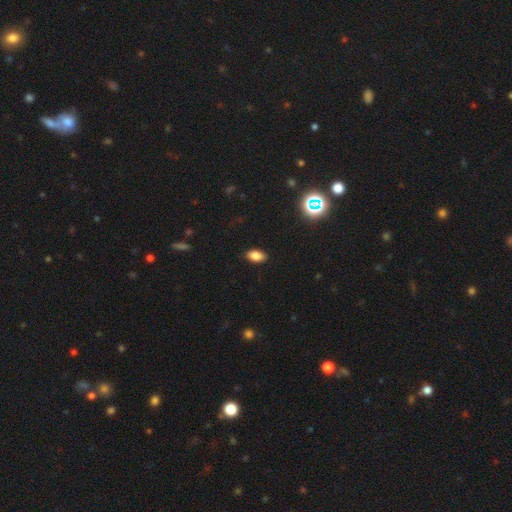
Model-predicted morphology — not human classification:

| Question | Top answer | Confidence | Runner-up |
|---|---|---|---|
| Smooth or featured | smooth | 81% | star or artifact (12%) |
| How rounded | in between | 91% | round (7%) |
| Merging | none | 87% | minor disturbance (10%) |